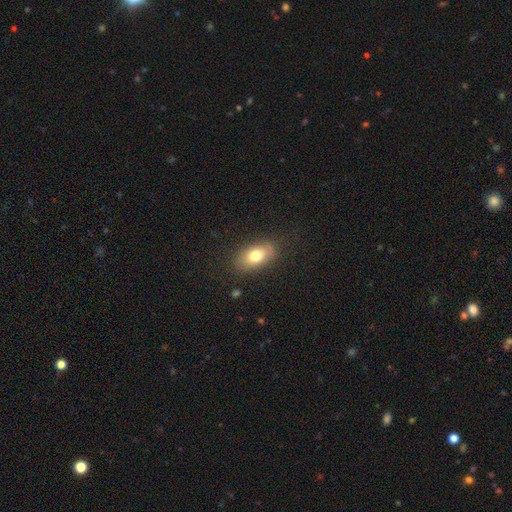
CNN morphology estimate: A smooth galaxy with no disk features (73%) that is in between round and cigar-shaped (87%).

Vote fractions:
- Smooth or featured? smooth: 73% / featured or disk: 19% / star or artifact: 8%
- How rounded? in between: 87% / round: 9% / cigar-shaped: 4%
- Merging? none: 79% / minor disturbance: 15% / major disturbance: 5% / merger: 1%